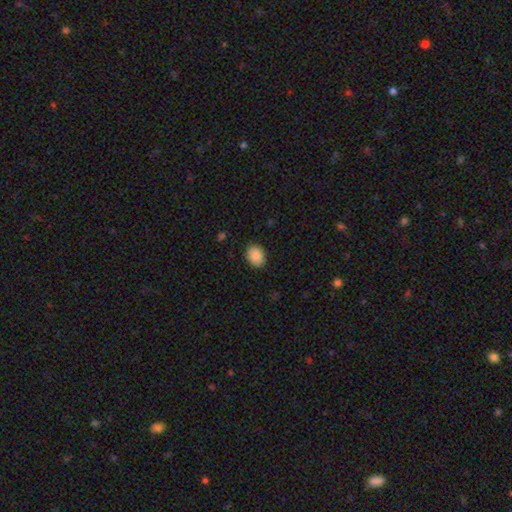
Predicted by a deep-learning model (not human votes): Smooth or featured: smooth — 89% (star or artifact — 8%)
How rounded: in between — 52% (round — 47%)
Merging: none — 89% (minor disturbance — 8%)